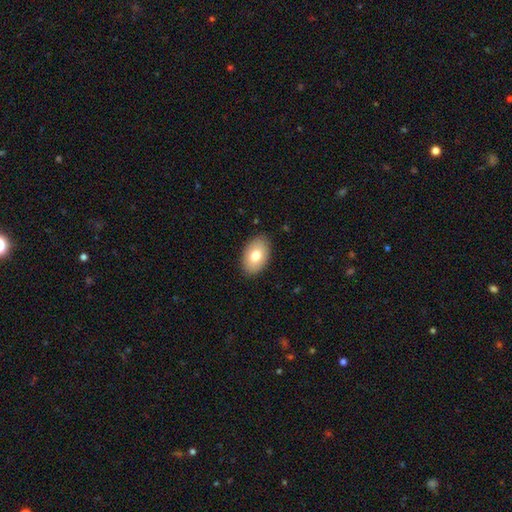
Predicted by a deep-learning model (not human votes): This appears to be a smooth galaxy with no disk features (76%) that is in between round and cigar-shaped (91%). Merging: none (87%).